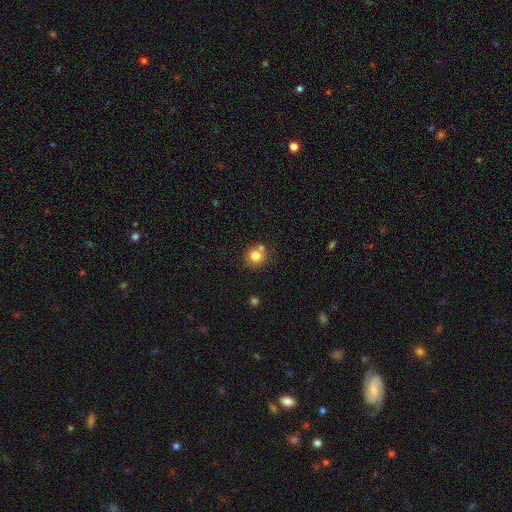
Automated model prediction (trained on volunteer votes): Q: Smooth or featured?
A: smooth (81%); runner-up: star or artifact (11%)
Q: How rounded?
A: round (90%); runner-up: in between (9%)
Q: Merging?
A: none (69%); runner-up: merger (18%)